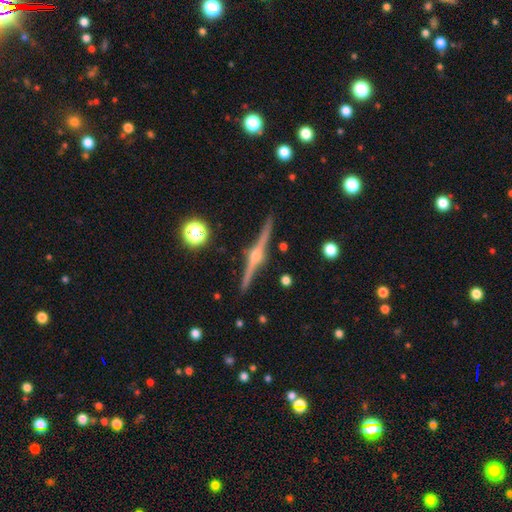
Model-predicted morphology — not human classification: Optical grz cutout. It shows a featured or disk galaxy (89%) viewed edge-on (99%) with a rounded central bulge (92%). Merging: none (91%).